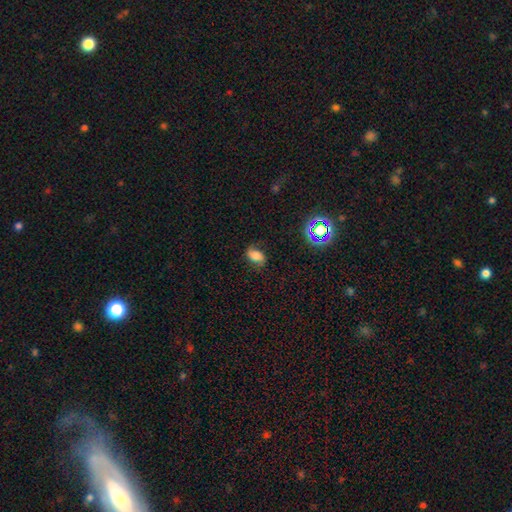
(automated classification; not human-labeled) Q: Smooth or featured?
A: smooth (56%); runner-up: featured or disk (29%)
Q: How rounded?
A: in between (81%); runner-up: round (18%)
Q: Merging?
A: none (68%); runner-up: minor disturbance (22%)